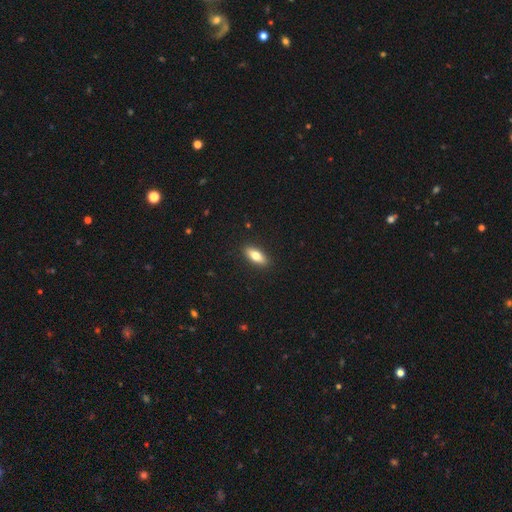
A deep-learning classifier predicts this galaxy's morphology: Smooth or featured? Predicted: smooth (p=0.74). How rounded? Predicted: in between (p=0.72). Merging? Predicted: none (p=0.90).